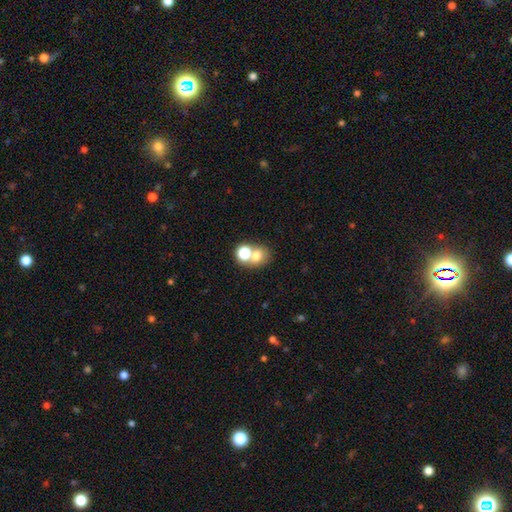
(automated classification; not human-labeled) smooth 70%, star or artifact 16%, featured or disk 14%. Down the decision tree: how rounded — round (65%); merging — merger (45%).